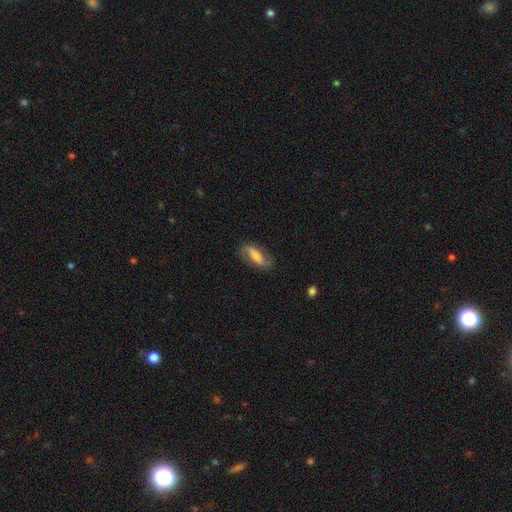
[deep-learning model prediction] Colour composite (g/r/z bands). It shows a featured or disk galaxy (58%) with a strong bar (42%), spiral arms (89%) and a moderate central bulge (32%). Merging: none (75%).